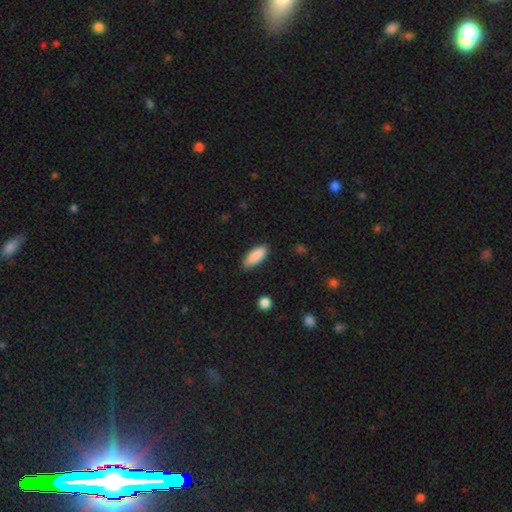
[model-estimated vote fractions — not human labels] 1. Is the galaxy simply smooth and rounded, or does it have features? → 89% smooth, 6% star or artifact, 5% featured or disk.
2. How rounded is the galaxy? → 76% in between, 22% cigar-shaped, 2% round.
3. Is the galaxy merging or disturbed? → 85% none, 12% minor disturbance, 2% major disturbance, 1% merger.